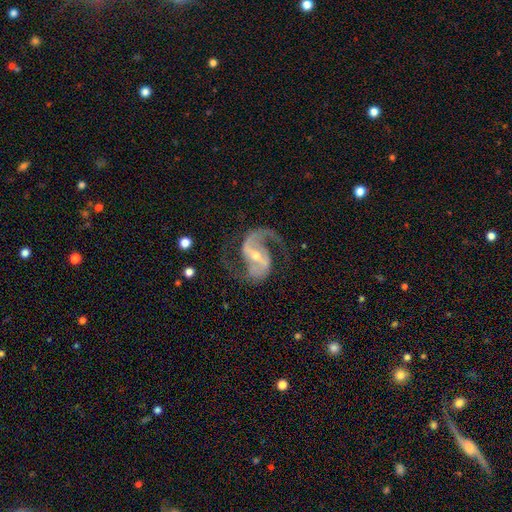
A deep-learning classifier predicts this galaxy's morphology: Smooth or featured: featured or disk — 93% (star or artifact — 4%)
Edge-on disk: no — 98% (yes — 2%)
Bar: strong — 51% (weak — 36%)
Spiral arms: yes — 98% (no — 2%)
Spiral winding: medium — 59% (loose — 30%)
Spiral arm count: 2 — 93% (1 — 2%)
Bulge size: small — 55% (moderate — 41%)
Merging: none — 77% (minor disturbance — 12%)